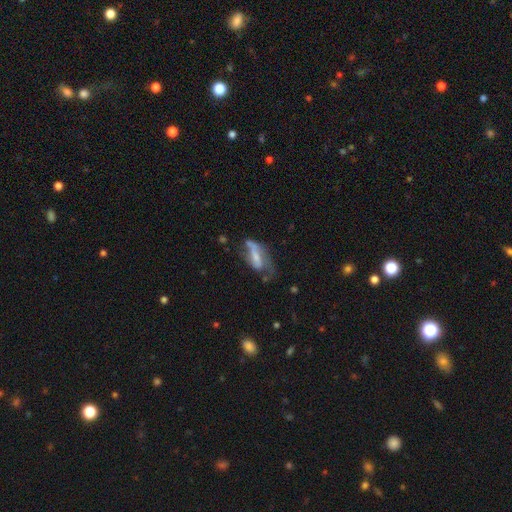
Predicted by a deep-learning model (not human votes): Smooth or featured? Predicted: featured or disk (p=0.58). Edge-on disk? Predicted: no (p=0.87). Bar? Predicted: strong (p=0.36). Spiral arms? Predicted: yes (p=0.64). Bulge size? Predicted: small (p=0.37). Merging? Predicted: major disturbance (p=0.35).